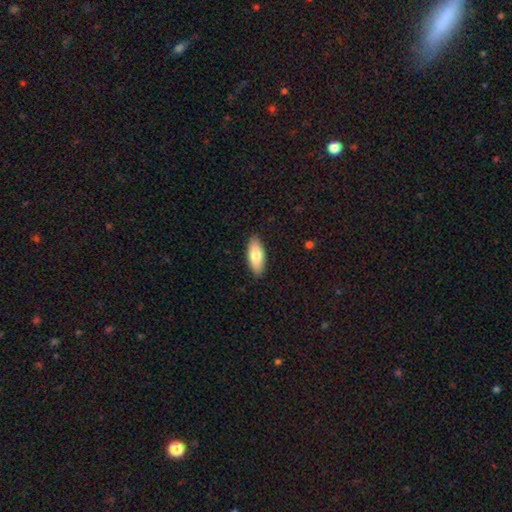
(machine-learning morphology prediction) This is likely a smooth galaxy (79%). How rounded: clearly in between (80%). Merging: clearly none (89%).